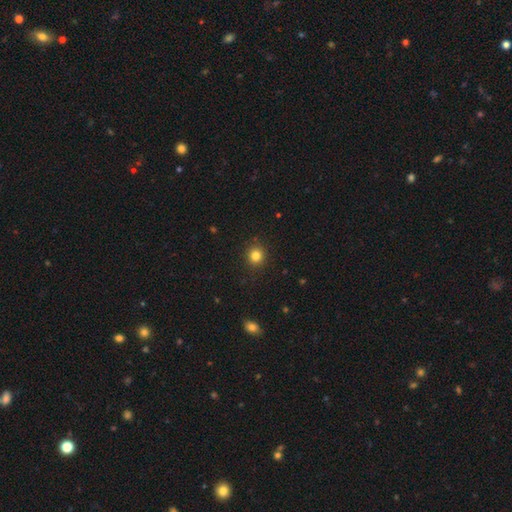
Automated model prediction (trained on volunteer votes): smooth-or-featured: smooth: 82% | star or artifact: 13% | featured or disk: 5%
  how-rounded: round: 90% | in between: 9% | cigar-shaped: 1%
  merging: none: 91% | minor disturbance: 6% | major disturbance: 2% | merger: 1%